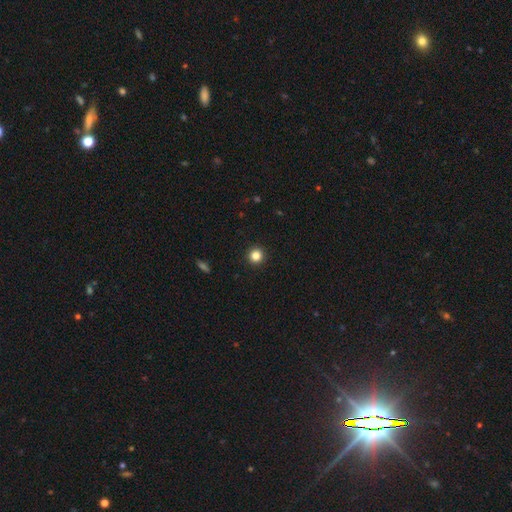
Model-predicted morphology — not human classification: smooth-or-featured: smooth: 84% | star or artifact: 12% | featured or disk: 4%
  how-rounded: round: 95% | in between: 4% | cigar-shaped: 1%
  merging: none: 93% | minor disturbance: 4% | major disturbance: 2% | merger: 1%